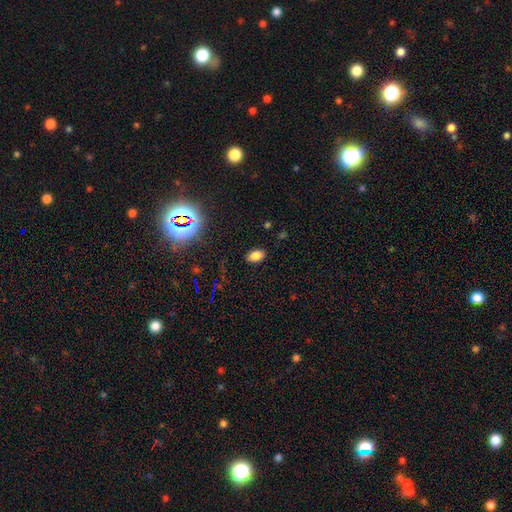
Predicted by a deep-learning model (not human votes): Smooth or featured? Predicted: smooth (p=0.79). How rounded? Predicted: in between (p=0.88). Merging? Predicted: none (p=0.88).